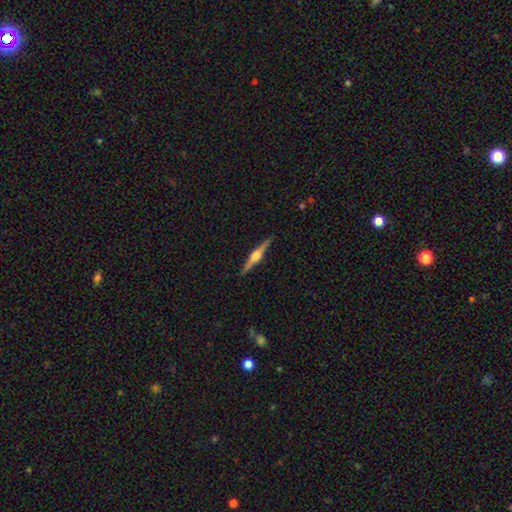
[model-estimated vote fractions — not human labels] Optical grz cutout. It shows a featured or disk galaxy (81%) viewed edge-on (98%) with a rounded central bulge (87%). Merging: none (91%).